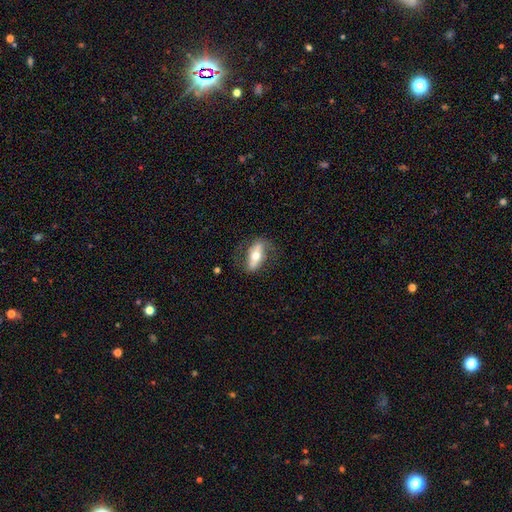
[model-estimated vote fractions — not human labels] The model was most divided on "smooth or featured": featured or disk: 50%, smooth: 44%, star or artifact: 6%. More confident: merging — none (74%); edge-on disk — no (62%).